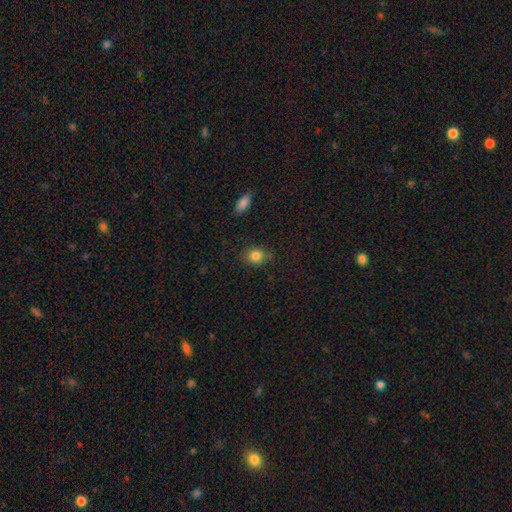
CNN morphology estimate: Smooth or featured? smooth (83%)
How rounded? round (65%)
Merging? none (79%)